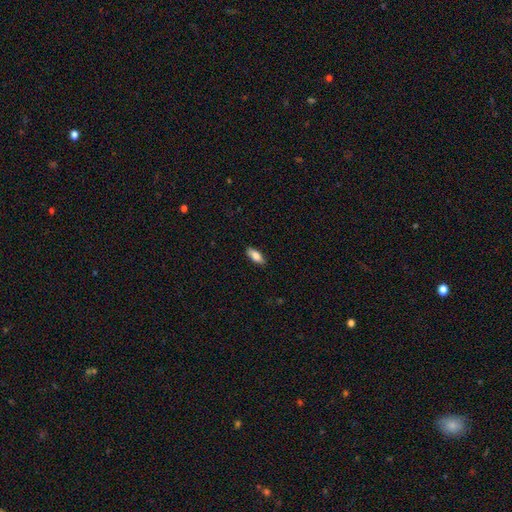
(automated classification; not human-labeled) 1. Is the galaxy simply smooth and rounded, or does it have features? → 79% smooth, 15% featured or disk, 6% star or artifact.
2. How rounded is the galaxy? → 78% in between, 19% cigar-shaped, 2% round.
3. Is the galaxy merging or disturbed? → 87% none, 10% minor disturbance, 2% major disturbance, 1% merger.